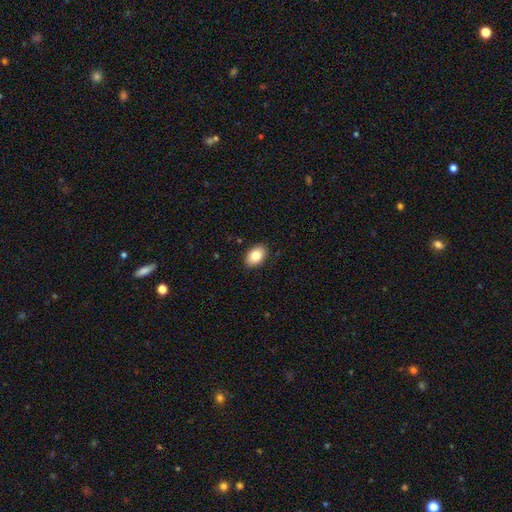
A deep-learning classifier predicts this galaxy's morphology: Smooth or featured: smooth — 83% (featured or disk — 10%)
How rounded: in between — 85% (round — 14%)
Merging: none — 89% (minor disturbance — 8%)